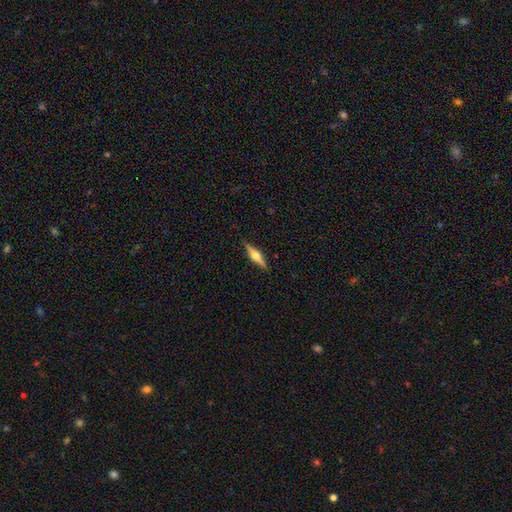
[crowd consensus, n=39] smooth-or-featured: featured or disk: 74% | smooth: 21% | star or artifact: 5%
  disk-edge-on: yes: 97% | no: 3%
    edge-on-bulge: rounded: 93% | boxy: 4% | none: 4%
  merging: none: 95% | minor disturbance: 3% | merger: 3% | major disturbance: 0%